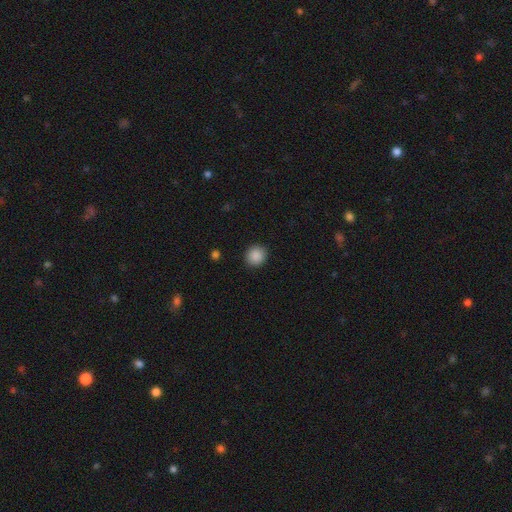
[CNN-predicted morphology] Overall: smooth (89%). How rounded: round (89%). Merging: none (91%).